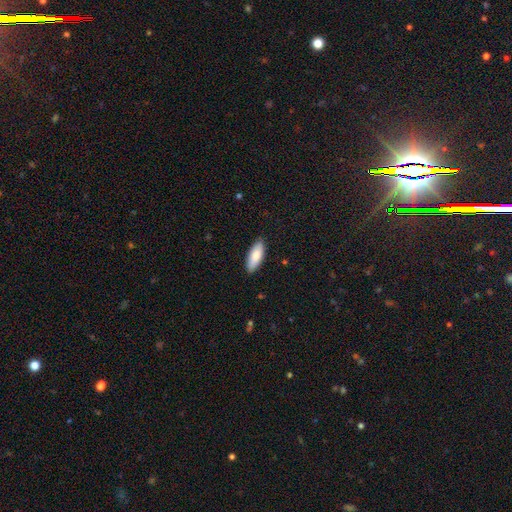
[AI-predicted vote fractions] This appears to be a smooth galaxy with no disk features (82%) that is in between round and cigar-shaped (72%). Merging: none (89%).